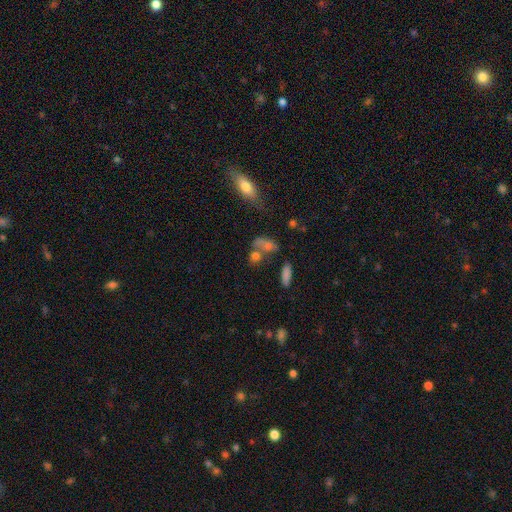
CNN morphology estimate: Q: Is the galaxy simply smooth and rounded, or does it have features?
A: smooth — 40%.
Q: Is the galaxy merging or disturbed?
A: none — 59%.